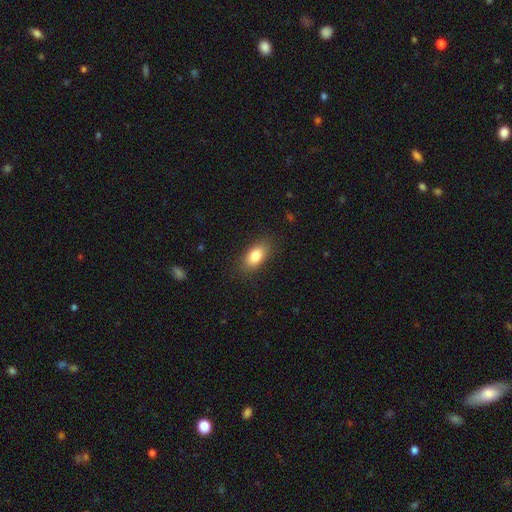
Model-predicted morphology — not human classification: Smooth or featured?
  - smooth: 82% *
  - featured or disk: 10%
  - star or artifact: 8%
How rounded?
  - in between: 88% *
  - round: 6%
  - cigar-shaped: 5%
Merging?
  - none: 86% *
  - minor disturbance: 10%
  - major disturbance: 3%
  - merger: 1%